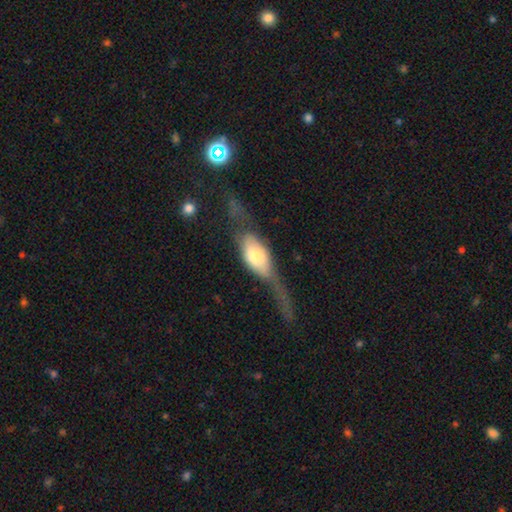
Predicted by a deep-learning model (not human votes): This is possibly a featured or disk galaxy (50%). It is likely viewed edge-on (65%). Merging: marginally major disturbance (44%).